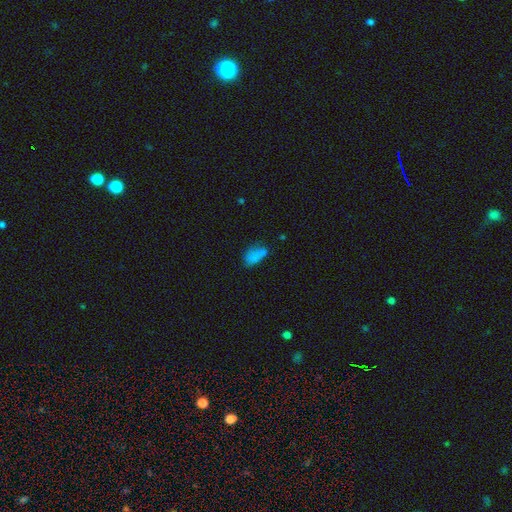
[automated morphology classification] Smooth or featured?
  - smooth: 76% *
  - star or artifact: 13%
  - featured or disk: 11%
How rounded?
  - in between: 88% *
  - round: 7%
  - cigar-shaped: 5%
Merging?
  - none: 43% *
  - minor disturbance: 27%
  - major disturbance: 15%
  - merger: 15%